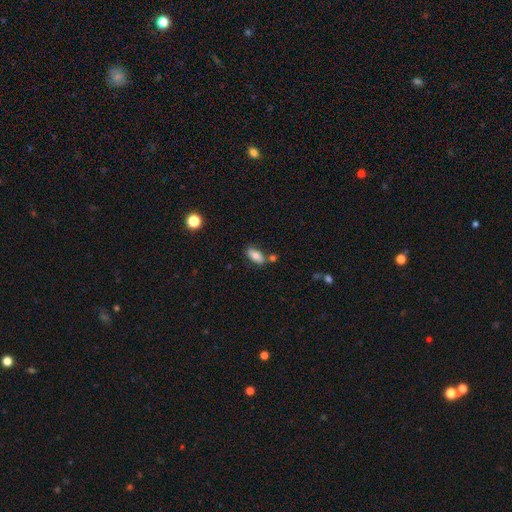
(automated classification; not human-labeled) Q: Smooth or featured?
A: smooth (75%); runner-up: featured or disk (17%)
Q: How rounded?
A: in between (87%); runner-up: cigar-shaped (9%)
Q: Merging?
A: none (69%); runner-up: minor disturbance (16%)